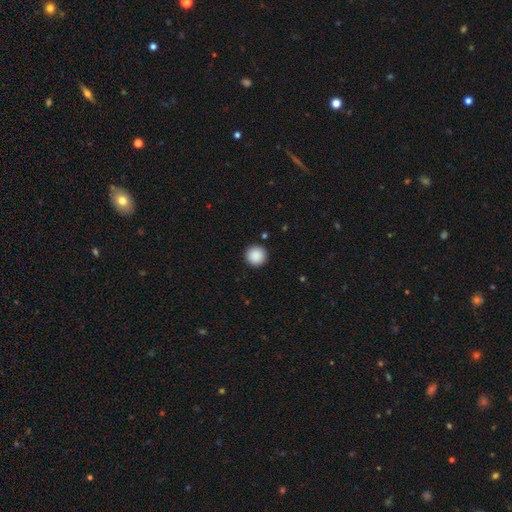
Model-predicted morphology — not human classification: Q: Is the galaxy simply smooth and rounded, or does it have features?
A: smooth — 89%.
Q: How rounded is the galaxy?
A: round — 96%.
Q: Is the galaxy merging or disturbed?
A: none — 92%.